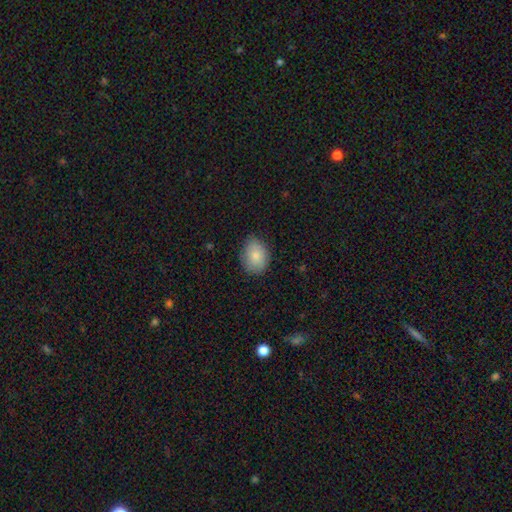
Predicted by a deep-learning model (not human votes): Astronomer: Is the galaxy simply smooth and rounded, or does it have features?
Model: smooth — 82%.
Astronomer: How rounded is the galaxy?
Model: in between — 67%.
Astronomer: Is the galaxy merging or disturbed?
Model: none — 81%.